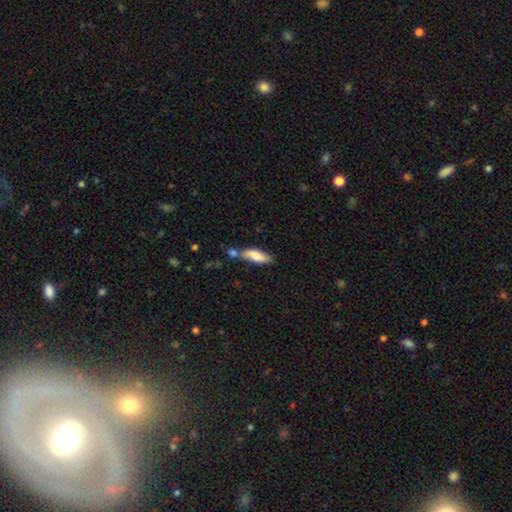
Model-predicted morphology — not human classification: A smooth galaxy with no disk features (78%) that is in between round and cigar-shaped (68%). Merging: none (48%).